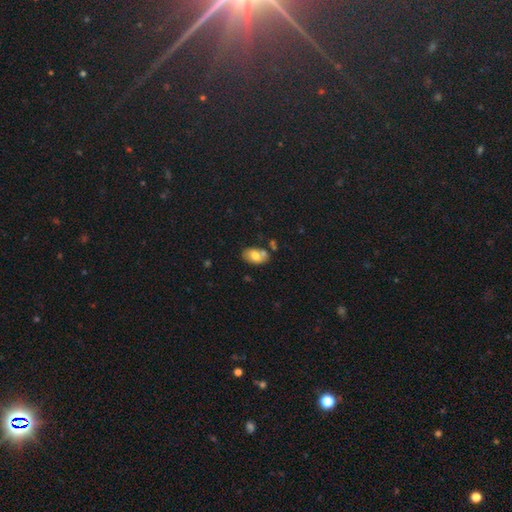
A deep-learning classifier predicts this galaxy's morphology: This appears to be a smooth galaxy with no disk features (72%) that is in between round and cigar-shaped (90%). Merging: none (60%).